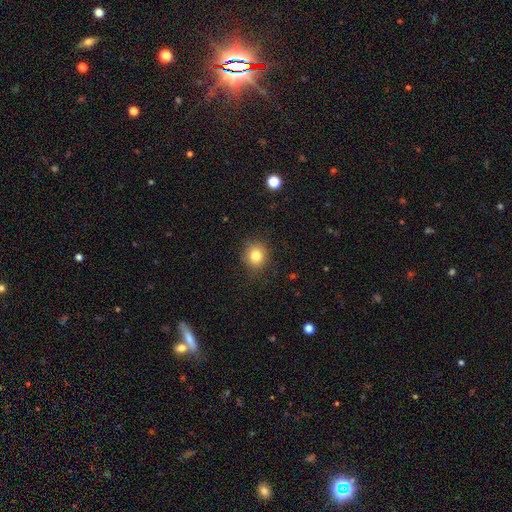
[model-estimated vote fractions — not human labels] Smooth or featured: smooth — 81% (star or artifact — 11%)
How rounded: round — 83% (in between — 16%)
Merging: none — 86% (minor disturbance — 10%)